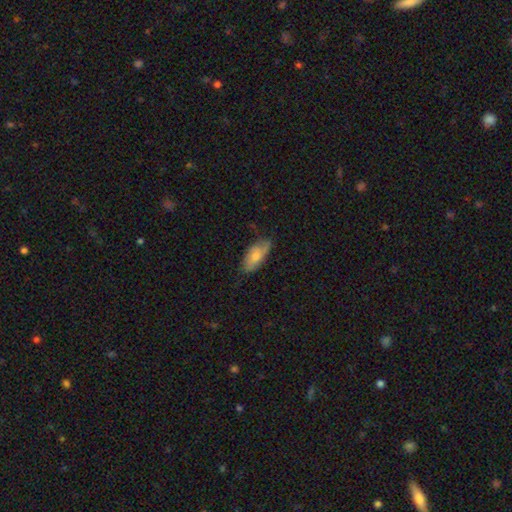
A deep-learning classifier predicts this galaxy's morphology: Smooth or featured? Predicted: smooth (p=0.70). How rounded? Predicted: in between (p=0.87). Merging? Predicted: none (p=0.65).